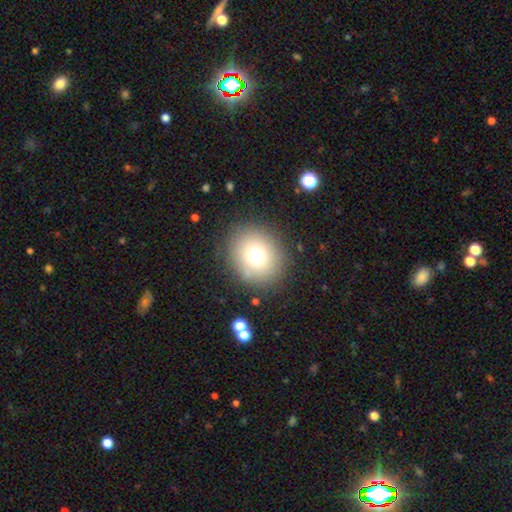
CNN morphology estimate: A smooth galaxy with no disk features (72%) that is round (81%). Merging: none (85%).